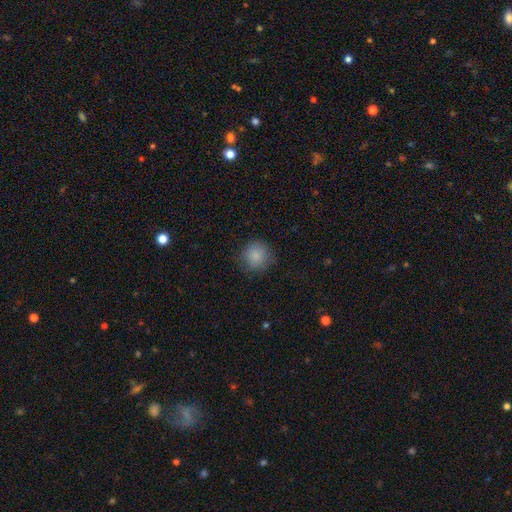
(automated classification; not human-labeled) Smooth or featured? smooth (86%)
How rounded? round (93%)
Merging? none (83%)